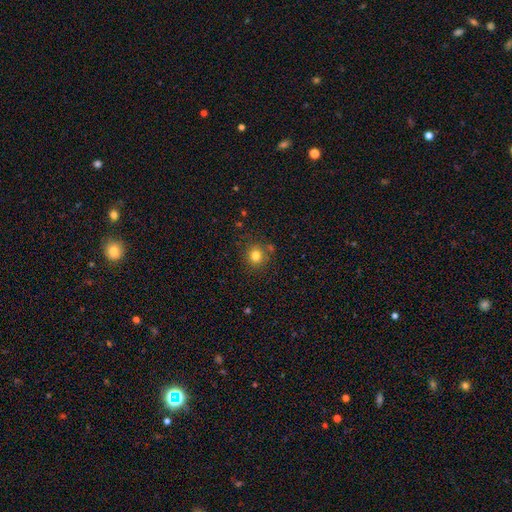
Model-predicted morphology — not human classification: smooth-or-featured: smooth: 79% | star or artifact: 14% | featured or disk: 7%
  how-rounded: round: 90% | in between: 9% | cigar-shaped: 1%
  merging: none: 82% | minor disturbance: 10% | merger: 5% | major disturbance: 3%